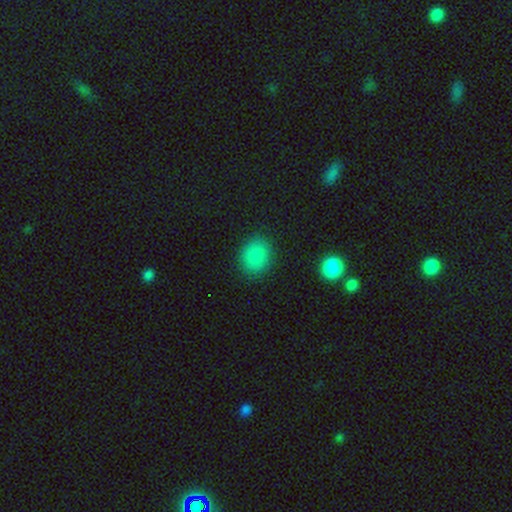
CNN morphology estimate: The model was most divided on "how rounded": round: 54%, in between: 45%, cigar-shaped: 1%. More confident: merging — none (87%); smooth or featured — smooth (85%).